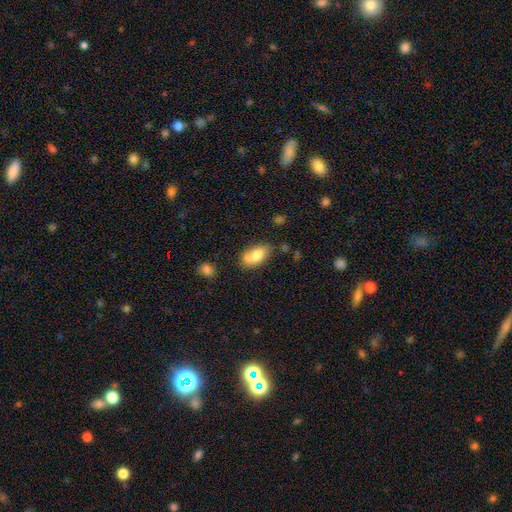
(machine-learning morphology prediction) A smooth galaxy with no disk features (78%) that is in between round and cigar-shaped (90%).

Vote fractions:
- Smooth or featured? smooth: 78% / featured or disk: 15% / star or artifact: 7%
- How rounded? in between: 90% / cigar-shaped: 5% / round: 5%
- Merging? none: 58% / minor disturbance: 21% / merger: 15% / major disturbance: 5%